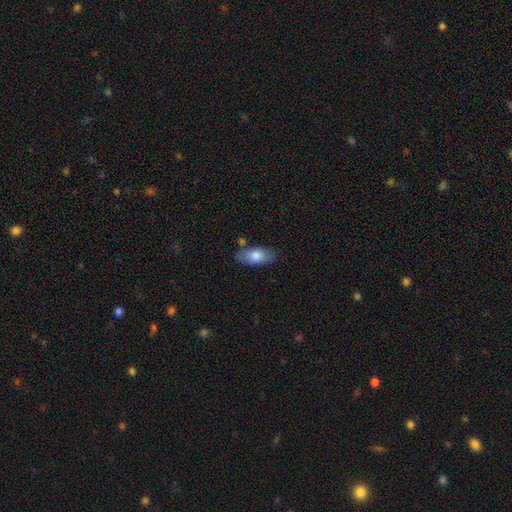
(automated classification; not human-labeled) Smooth or featured?
  - smooth: 76% *
  - featured or disk: 18%
  - star or artifact: 6%
How rounded?
  - in between: 88% *
  - cigar-shaped: 8%
  - round: 4%
Merging?
  - none: 71% *
  - minor disturbance: 19%
  - merger: 6%
  - major disturbance: 4%